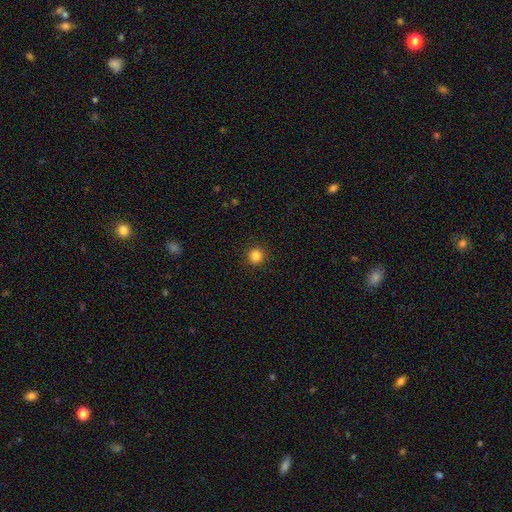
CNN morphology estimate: type=smooth (84%); roundness=round (93%); merging=none (92%).